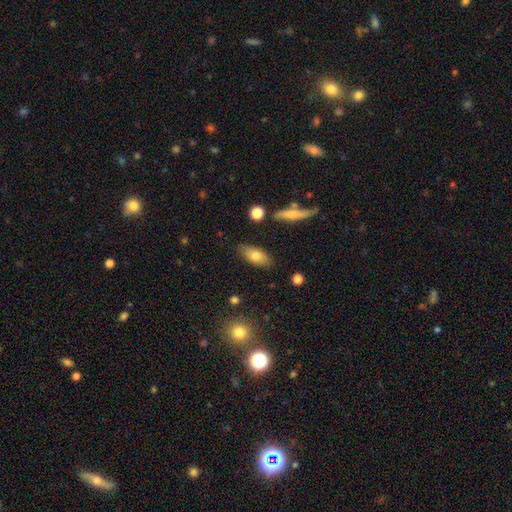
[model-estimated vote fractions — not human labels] Q: Smooth or featured?
A: smooth (73%); runner-up: featured or disk (19%)
Q: How rounded?
A: in between (84%); runner-up: cigar-shaped (13%)
Q: Merging?
A: none (83%); runner-up: minor disturbance (12%)